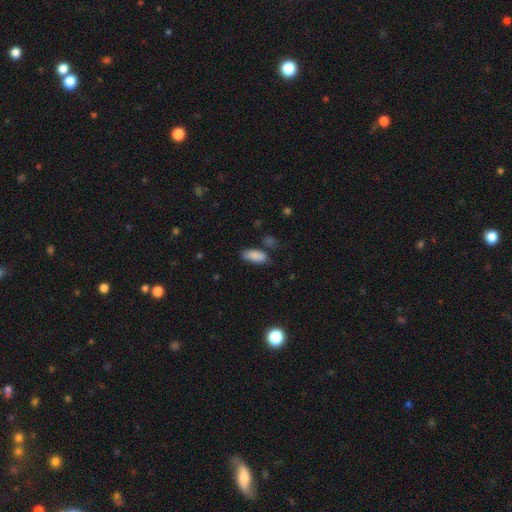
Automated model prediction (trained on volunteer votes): Smooth or featured? Predicted: smooth (p=0.87). How rounded? Predicted: in between (p=0.83). Merging? Predicted: none (p=0.70).